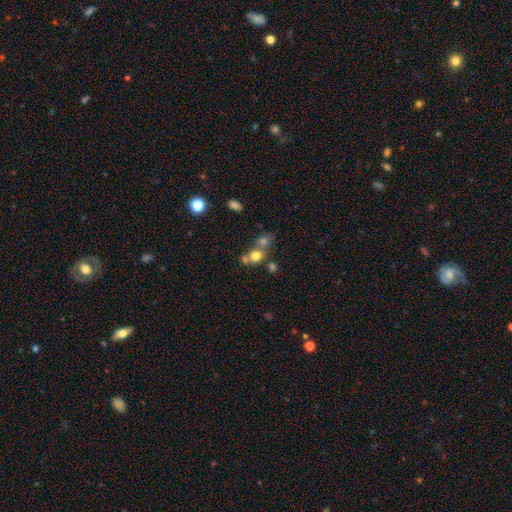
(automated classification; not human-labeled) The model was most divided on "merging": merger: 50%, none: 38%, minor disturbance: 8%, major disturbance: 4%. More confident: how rounded — round (74%); smooth or featured — smooth (72%).